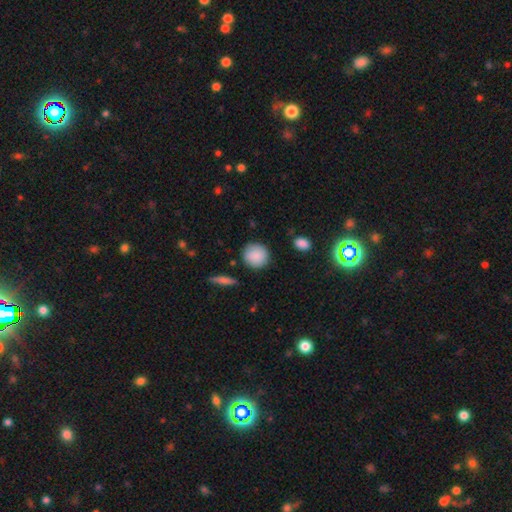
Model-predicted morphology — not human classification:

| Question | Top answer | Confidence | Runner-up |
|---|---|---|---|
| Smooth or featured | smooth | 88% | star or artifact (7%) |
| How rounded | round | 92% | in between (7%) |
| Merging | none | 87% | minor disturbance (9%) |